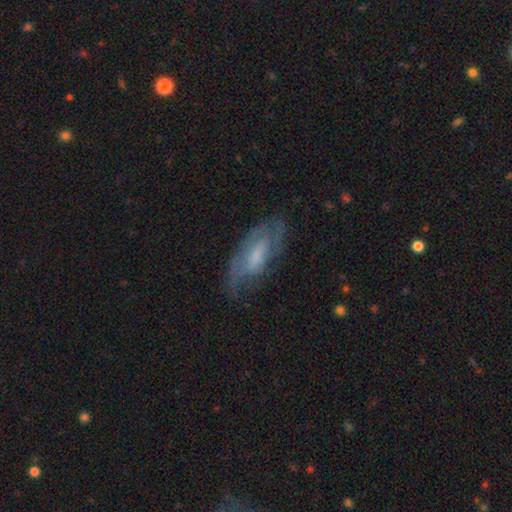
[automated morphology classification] smooth_or_featured: featured or disk (p=0.62) [alt: smooth p=0.31]
disk_edge_on: no (p=0.87) [alt: yes p=0.13]
bar: no (p=0.45) [alt: weak p=0.41]
has_spiral_arms: yes (p=0.77) [alt: no p=0.23]
bulge_size: small (p=0.34) [alt: moderate p=0.33]
merging: none (p=0.59) [alt: minor disturbance p=0.25]